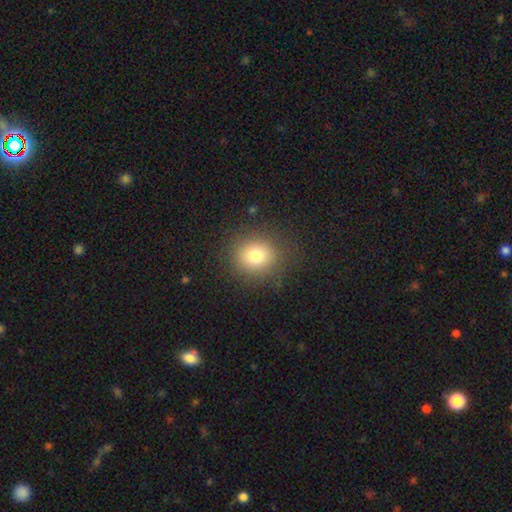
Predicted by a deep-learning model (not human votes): smooth_or_featured: smooth (p=0.79) [alt: star or artifact p=0.12]
how_rounded: round (p=0.84) [alt: in between p=0.15]
merging: none (p=0.86) [alt: minor disturbance p=0.09]